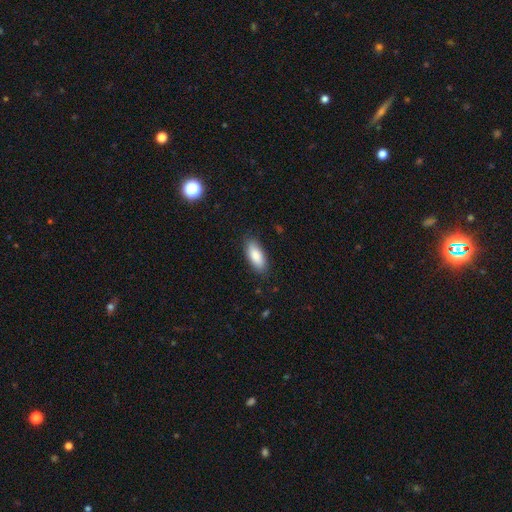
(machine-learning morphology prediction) This is clearly a smooth galaxy (86%). How rounded: clearly in between (82%). Merging: clearly none (84%).